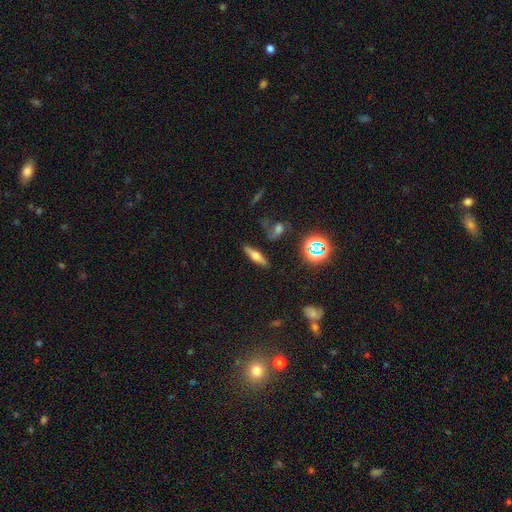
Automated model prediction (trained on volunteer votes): smooth_or_featured: smooth (p=0.44) [alt: featured or disk p=0.42]
merging: none (p=0.83) [alt: minor disturbance p=0.10]